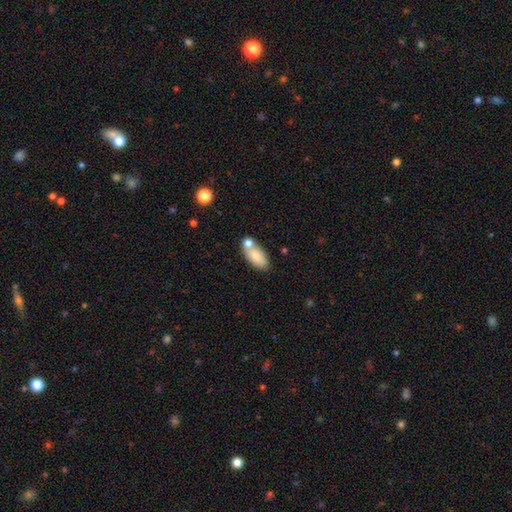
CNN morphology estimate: Q: Smooth or featured?
A: smooth (79%); runner-up: featured or disk (13%)
Q: How rounded?
A: in between (89%); runner-up: cigar-shaped (7%)
Q: Merging?
A: none (52%); runner-up: merger (29%)